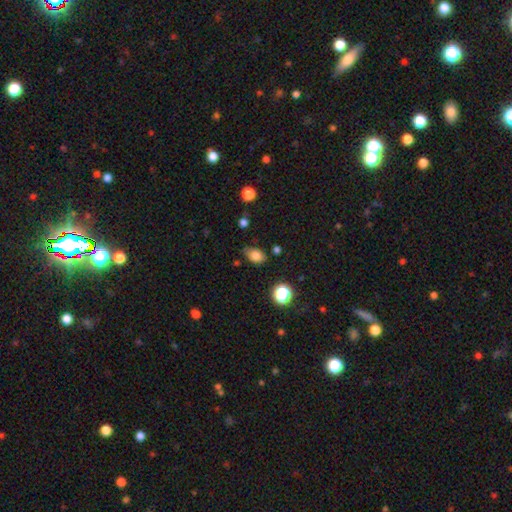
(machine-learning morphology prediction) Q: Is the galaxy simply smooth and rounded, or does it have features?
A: smooth — 80%.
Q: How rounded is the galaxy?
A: in between — 81%.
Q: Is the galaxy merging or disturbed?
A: none — 70%.